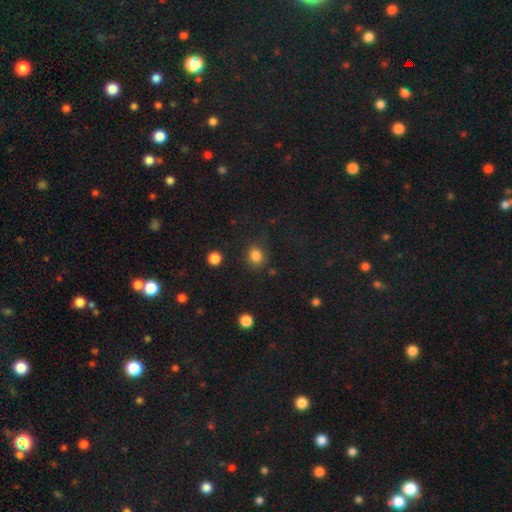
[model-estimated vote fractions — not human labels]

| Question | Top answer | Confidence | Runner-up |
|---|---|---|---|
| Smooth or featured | smooth | 83% | star or artifact (12%) |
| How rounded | round | 63% | in between (36%) |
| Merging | none | 77% | minor disturbance (14%) |